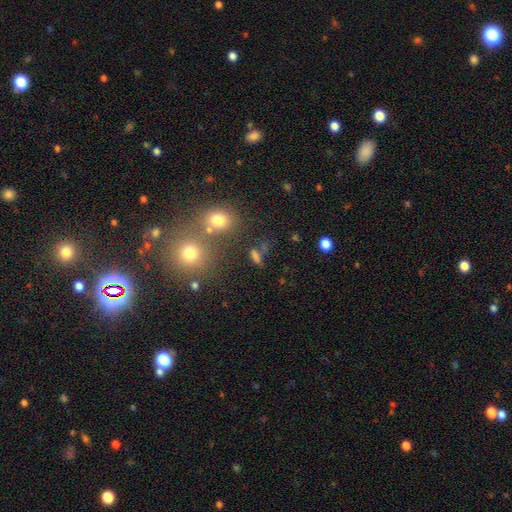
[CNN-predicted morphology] Smooth or featured: smooth — 70% (star or artifact — 20%)
How rounded: in between — 60% (cigar-shaped — 20%)
Merging: none — 61% (merger — 18%)